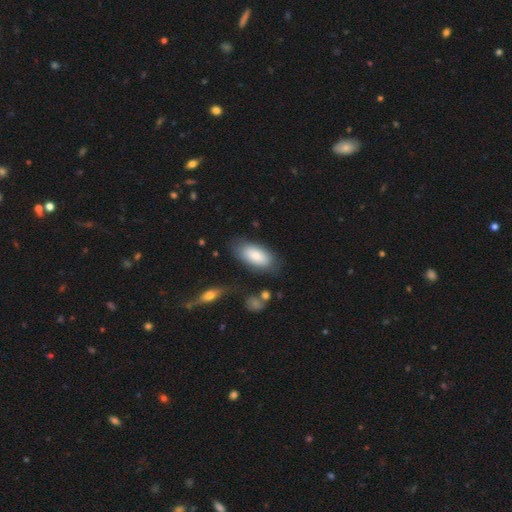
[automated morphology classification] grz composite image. It shows a smooth galaxy with no disk features (83%) that is in between round and cigar-shaped (90%). Merging: none (76%).